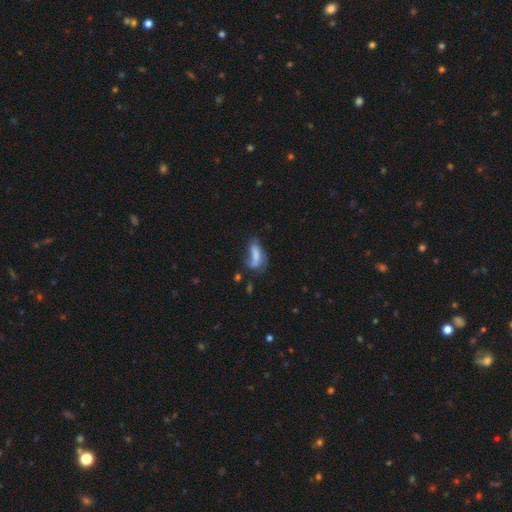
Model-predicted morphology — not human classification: A smooth galaxy with no disk features (59%) that is in between round and cigar-shaped (69%).

Vote fractions:
- Smooth or featured? smooth: 59% / featured or disk: 31% / star or artifact: 10%
- How rounded? in between: 69% / cigar-shaped: 28% / round: 3%
- Merging? none: 33% / major disturbance: 31% / minor disturbance: 26% / merger: 9%